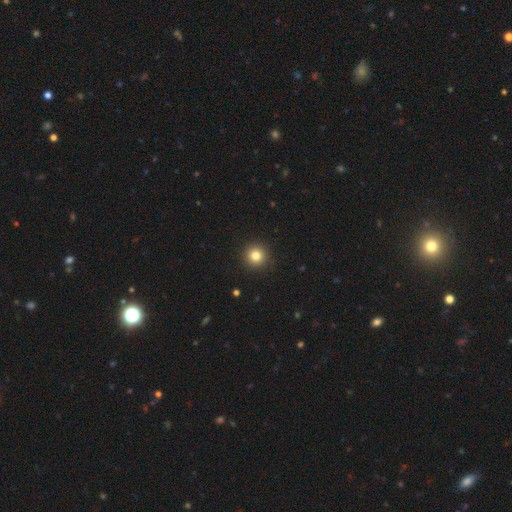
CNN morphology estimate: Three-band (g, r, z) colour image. It shows a smooth galaxy with no disk features (82%) that is round (96%). Merging: none (93%).